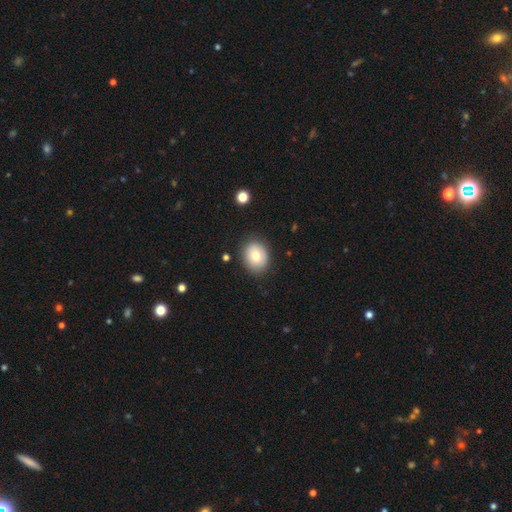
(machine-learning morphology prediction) Smooth or featured? Predicted: smooth (p=0.80). How rounded? Predicted: round (p=0.56). Merging? Predicted: none (p=0.85).